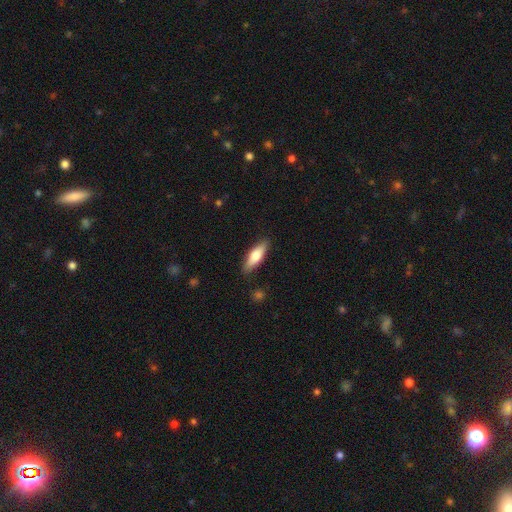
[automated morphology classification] Overall: smooth (68%). How rounded: in between (52%; cigar-shaped 46%). Merging: none (86%).